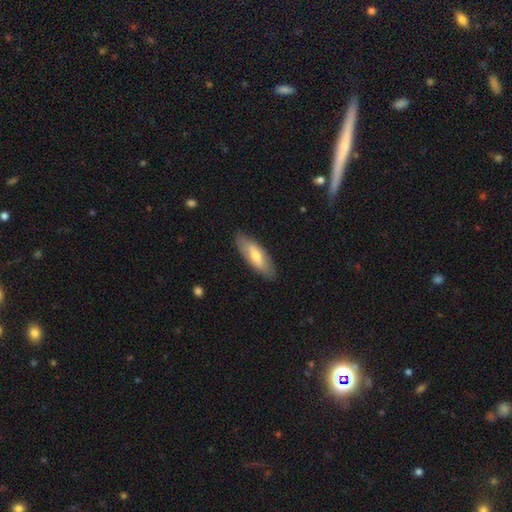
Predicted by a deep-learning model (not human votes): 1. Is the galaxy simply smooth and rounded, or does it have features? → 57% smooth, 37% featured or disk, 6% star or artifact.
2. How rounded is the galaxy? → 65% in between, 33% cigar-shaped, 2% round.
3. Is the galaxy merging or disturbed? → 85% none, 11% minor disturbance, 3% major disturbance, 1% merger.